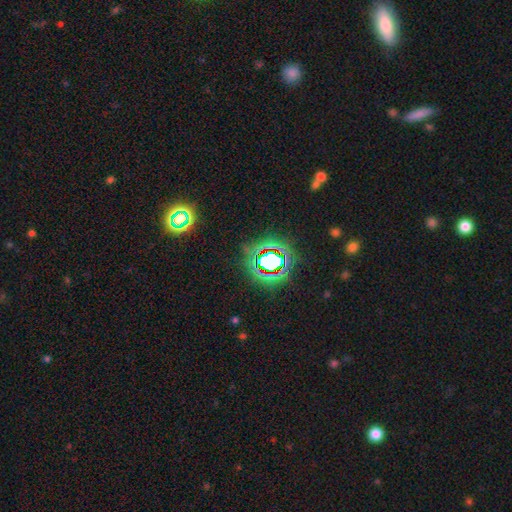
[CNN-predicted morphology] type=star or artifact (80%).